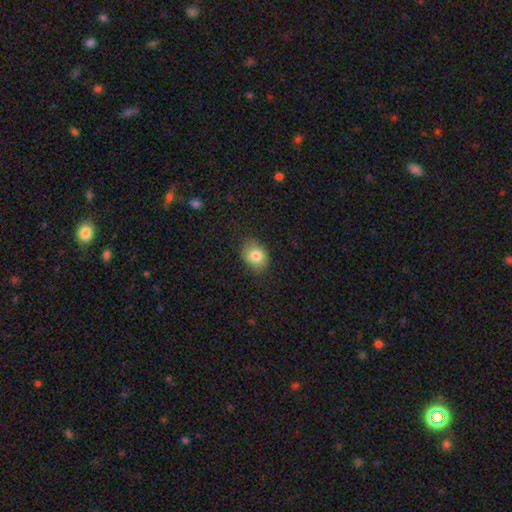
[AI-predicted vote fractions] A smooth galaxy with no disk features (81%) that is in between round and cigar-shaped (57%). Merging: none (84%).